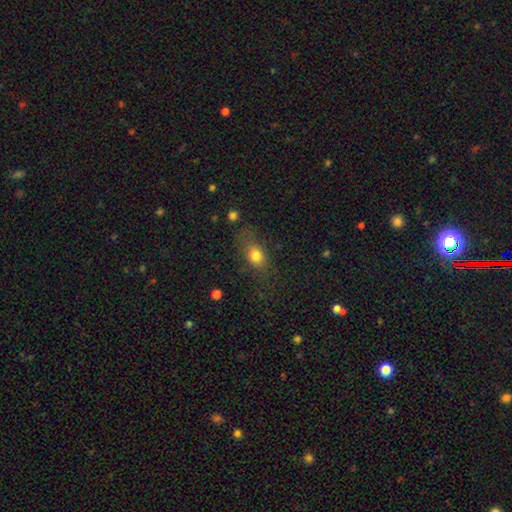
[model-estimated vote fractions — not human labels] Smooth or featured? smooth (78%)
How rounded? in between (64%)
Merging? none (63%)